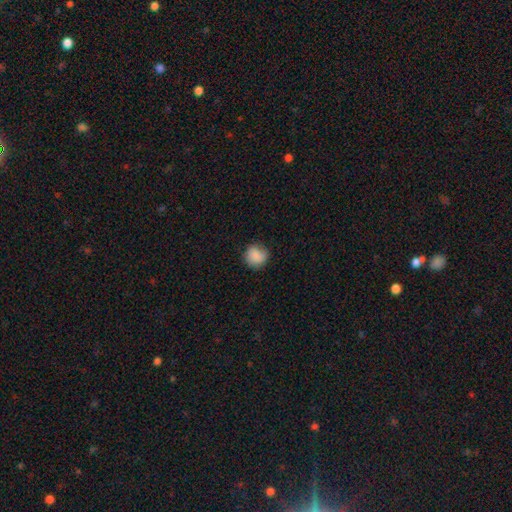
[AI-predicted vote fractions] smooth 83%, featured or disk 9%, star or artifact 8%. Down the decision tree: how rounded — round (86%); merging — none (76%).